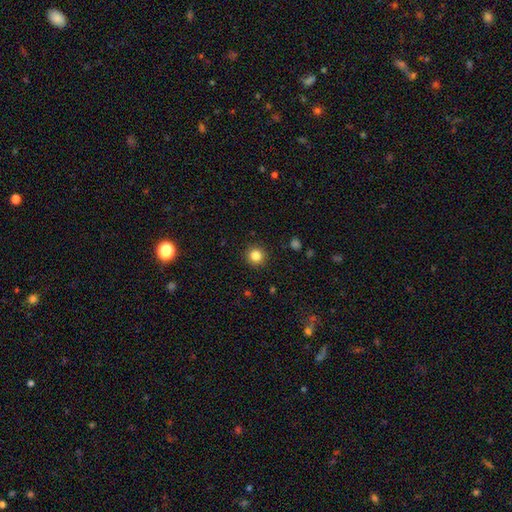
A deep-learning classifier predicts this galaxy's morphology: Smooth or featured: smooth — 84% (star or artifact — 11%)
How rounded: round — 94% (in between — 5%)
Merging: none — 92% (minor disturbance — 5%)